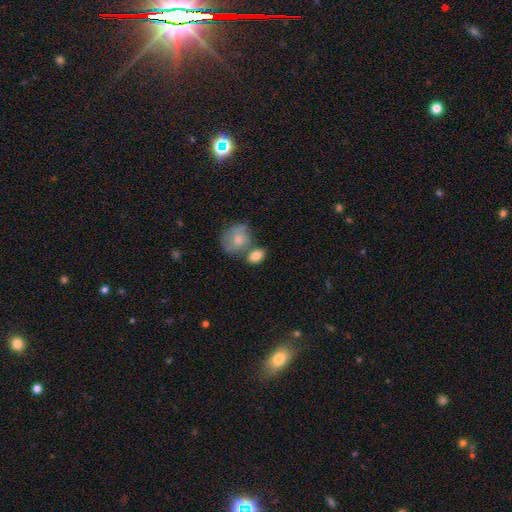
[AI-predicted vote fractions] A smooth galaxy with no disk features (80%) that is in between round and cigar-shaped (73%). Merging: none (53%).